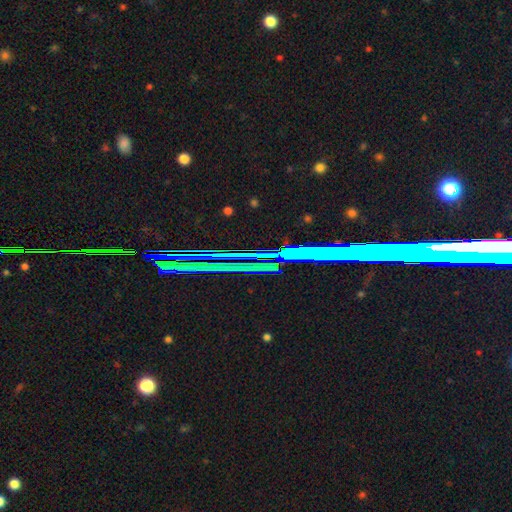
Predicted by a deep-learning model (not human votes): This is likely a star or artifact rather than a galaxy (72%).